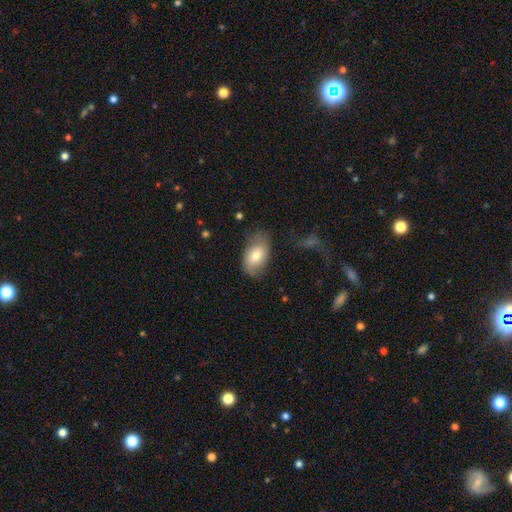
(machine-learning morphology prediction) This is likely a smooth galaxy (71%). How rounded: clearly in between (91%). Merging: likely none (67%).